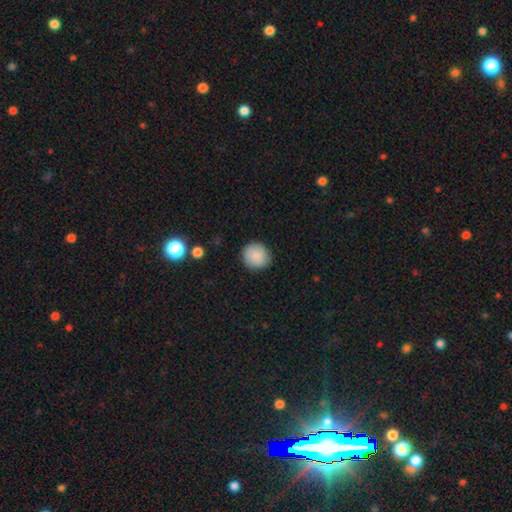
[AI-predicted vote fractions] This appears to be a smooth galaxy with no disk features (85%) that is round (92%). Merging: none (87%).